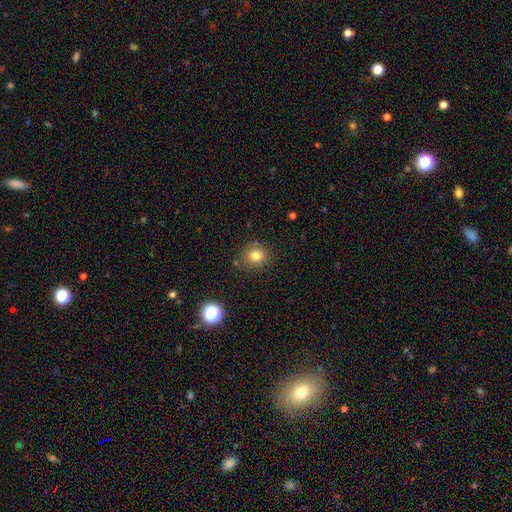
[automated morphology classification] This is likely a smooth galaxy (78%). How rounded: clearly round (84%). Merging: clearly none (83%).